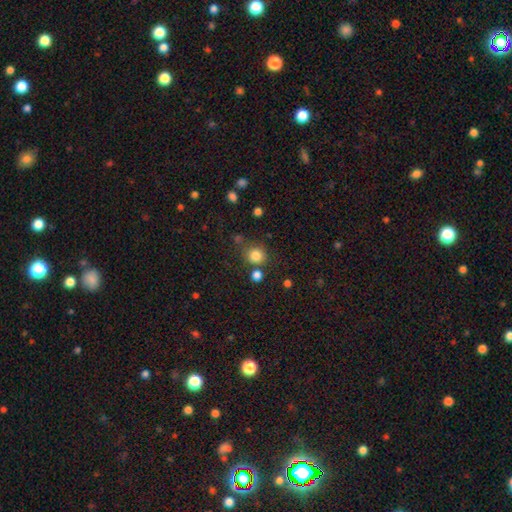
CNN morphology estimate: Overall: smooth (82%). How rounded: round (88%). Merging: none (74%).